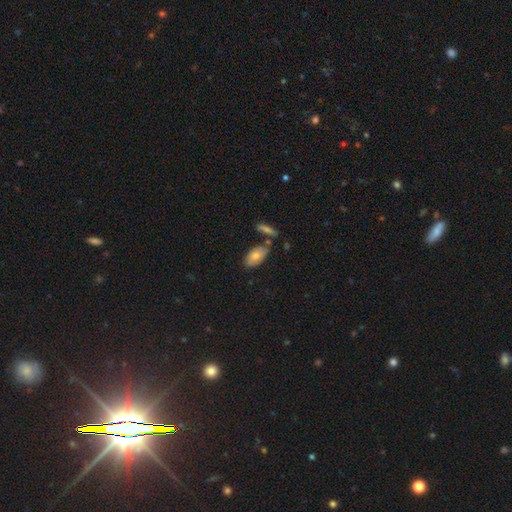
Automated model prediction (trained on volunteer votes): A smooth galaxy with no disk features (73%) that is in between round and cigar-shaped (92%). Merging: none (65%).